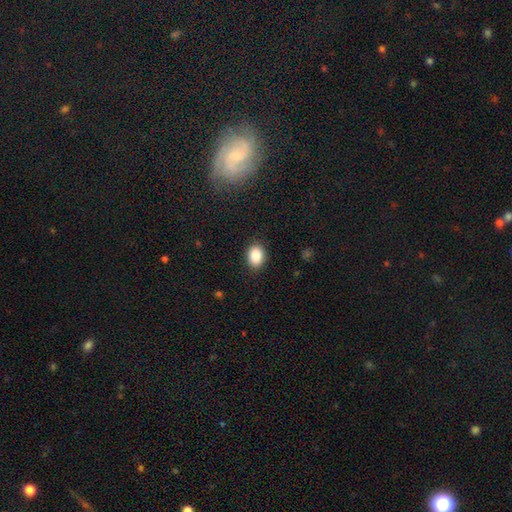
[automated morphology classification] This is clearly a smooth galaxy (87%). How rounded: likely in between (70%). Merging: clearly none (88%).